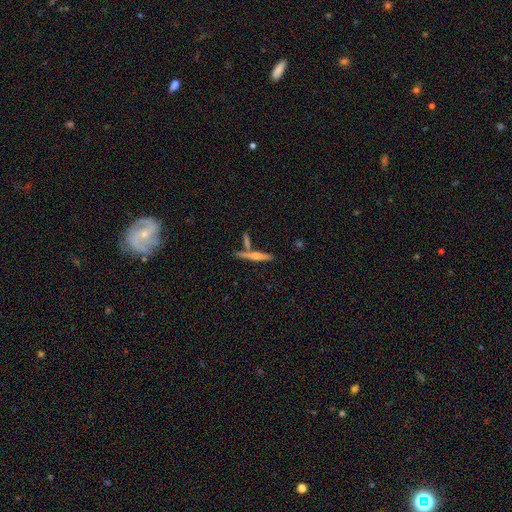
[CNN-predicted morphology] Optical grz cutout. It shows a smooth galaxy with no disk features (49%). Merging: none (66%).